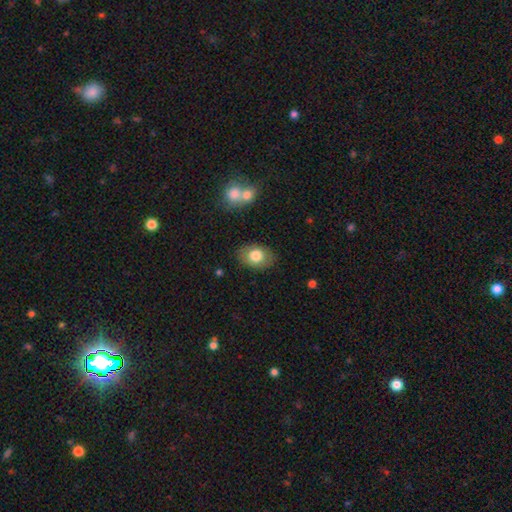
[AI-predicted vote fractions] A smooth galaxy with no disk features (76%) that is in between round and cigar-shaped (75%).

Vote fractions:
- Smooth or featured? smooth: 76% / featured or disk: 16% / star or artifact: 7%
- How rounded? in between: 75% / round: 24% / cigar-shaped: 1%
- Merging? none: 84% / minor disturbance: 11% / major disturbance: 3% / merger: 2%